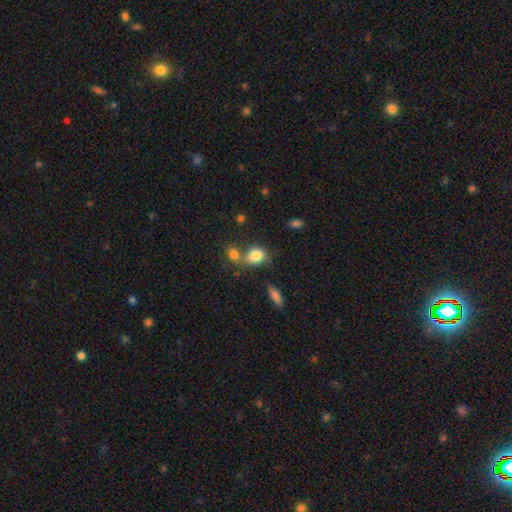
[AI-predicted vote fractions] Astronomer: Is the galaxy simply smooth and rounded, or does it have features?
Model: smooth — 82%.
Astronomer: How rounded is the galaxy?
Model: in between — 65%.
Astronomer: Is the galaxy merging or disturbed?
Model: none — 44% (runner-up: merger, 38%).